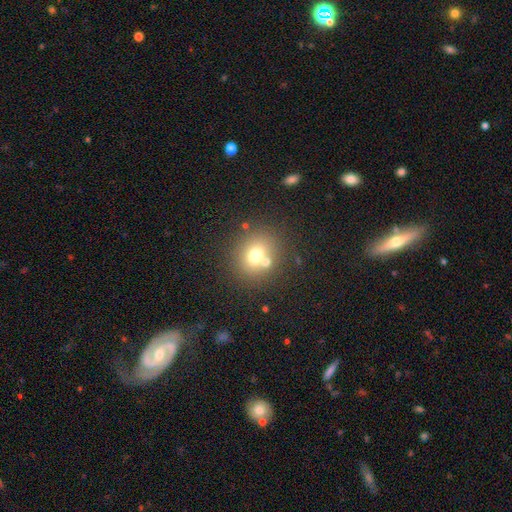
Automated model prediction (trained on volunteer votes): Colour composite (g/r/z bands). It shows a smooth galaxy with no disk features (69%) that is round (75%). Merging: none (66%).